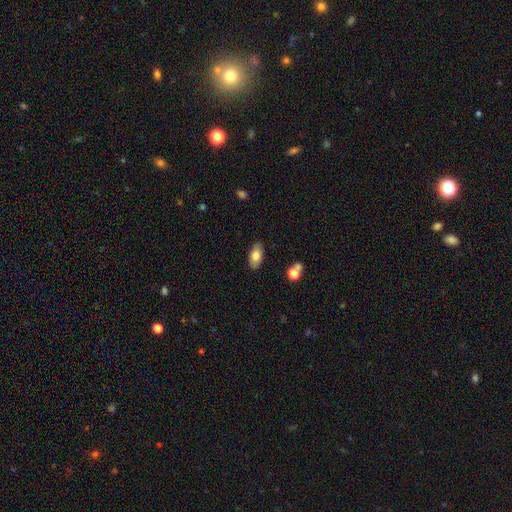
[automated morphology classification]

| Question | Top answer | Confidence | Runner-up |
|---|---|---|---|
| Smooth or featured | smooth | 77% | featured or disk (16%) |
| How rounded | in between | 91% | cigar-shaped (5%) |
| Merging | none | 87% | minor disturbance (9%) |